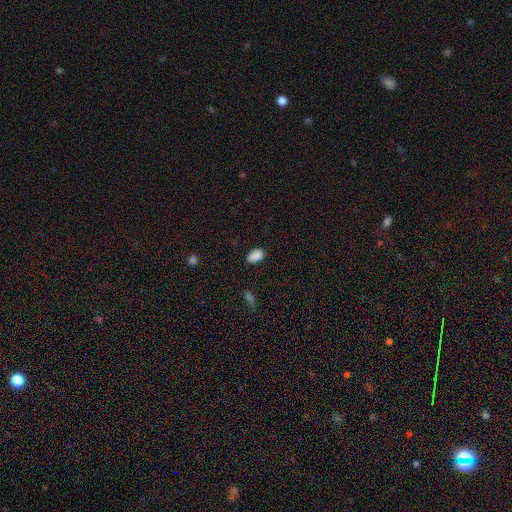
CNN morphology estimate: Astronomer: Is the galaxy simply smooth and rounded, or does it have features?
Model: smooth — 86%.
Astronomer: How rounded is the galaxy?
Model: in between — 91%.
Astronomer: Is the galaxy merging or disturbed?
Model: none — 77%.